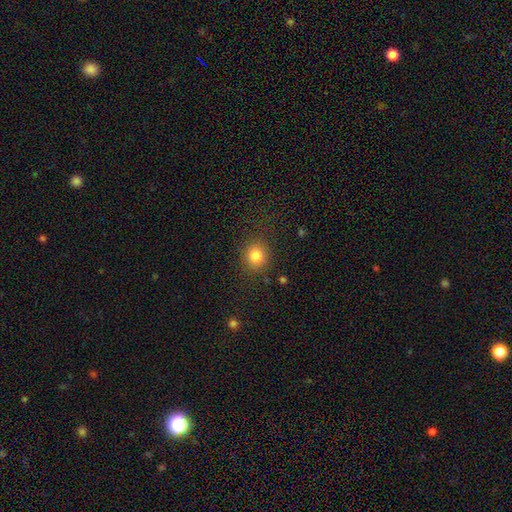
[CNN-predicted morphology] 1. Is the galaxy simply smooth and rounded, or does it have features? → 82% smooth, 11% star or artifact, 6% featured or disk.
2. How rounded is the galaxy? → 83% round, 16% in between, 1% cigar-shaped.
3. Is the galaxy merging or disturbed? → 84% none, 10% minor disturbance, 4% major disturbance, 2% merger.